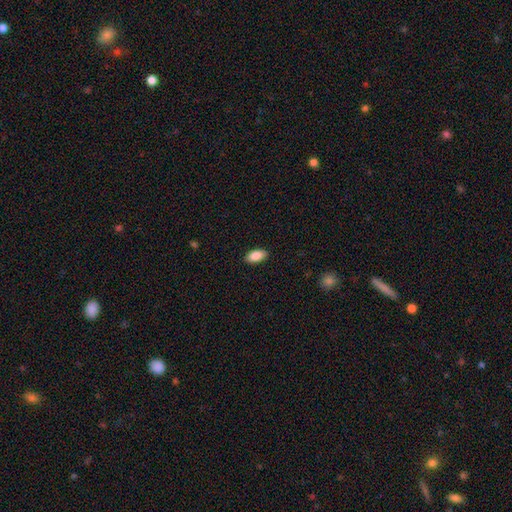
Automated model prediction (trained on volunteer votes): smooth-or-featured: smooth: 87% | star or artifact: 7% | featured or disk: 6%
  how-rounded: in between: 92% | cigar-shaped: 5% | round: 3%
  merging: none: 90% | minor disturbance: 8% | major disturbance: 2% | merger: 1%